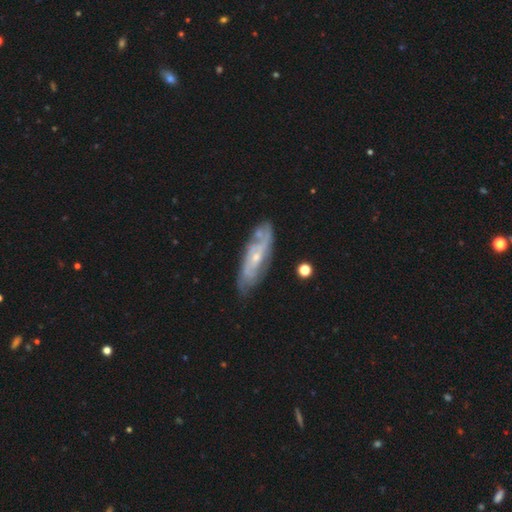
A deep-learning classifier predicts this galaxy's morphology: Smooth or featured?
  - featured or disk: 74% *
  - smooth: 19%
  - star or artifact: 7%
Edge-on disk?
  - no: 78% *
  - yes: 22%
Bar?
  - no: 64% *
  - weak: 29%
  - strong: 7%
Spiral arms?
  - yes: 86% *
  - no: 14%
Bulge size?
  - small: 70% *
  - moderate: 26%
  - none: 2%
  - large: 1%
  - dominant: 1%
Merging?
  - none: 76% *
  - minor disturbance: 17%
  - major disturbance: 4%
  - merger: 3%